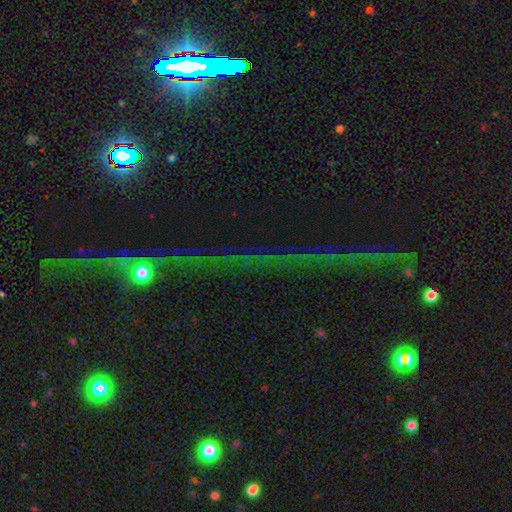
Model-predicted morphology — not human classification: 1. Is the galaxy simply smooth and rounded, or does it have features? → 75% star or artifact, 14% featured or disk, 11% smooth.